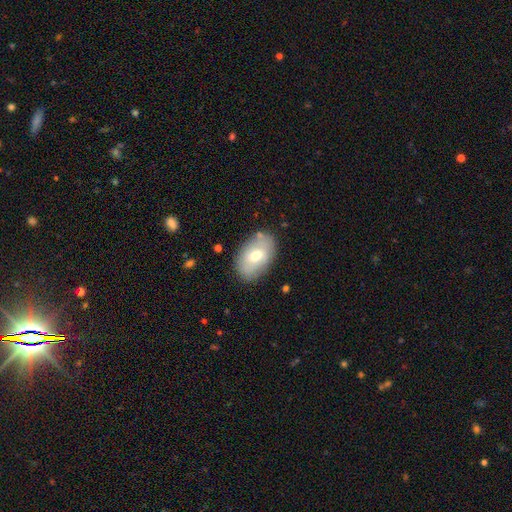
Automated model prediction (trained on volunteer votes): The model was most divided on "smooth or featured": smooth: 64%, featured or disk: 29%, star or artifact: 7%. More confident: how rounded — in between (91%); merging — none (82%).